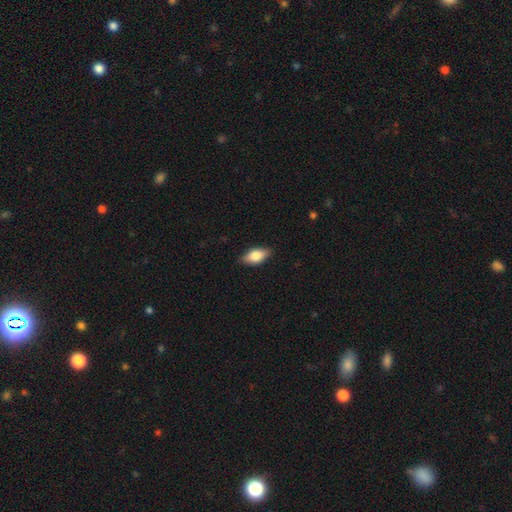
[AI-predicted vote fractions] smooth 78%, featured or disk 16%, star or artifact 7%. Down the decision tree: how rounded — in between (88%); merging — none (85%).